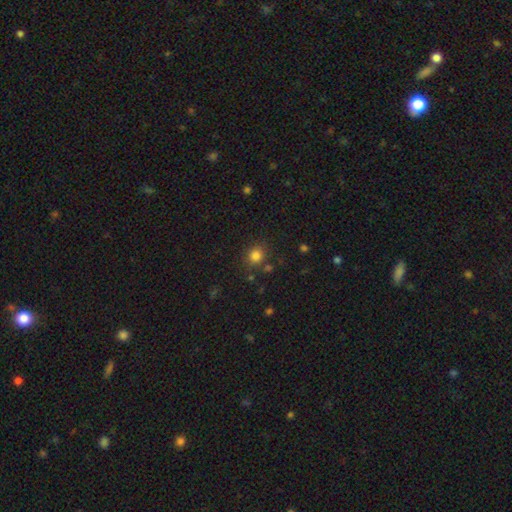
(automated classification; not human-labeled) This appears to be a smooth galaxy with no disk features (82%) that is round (81%). Merging: none (80%).